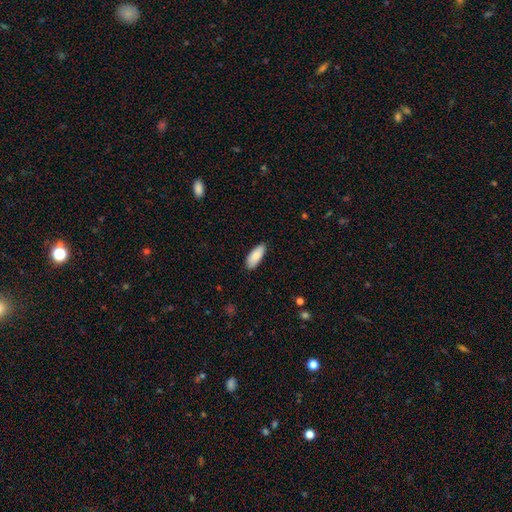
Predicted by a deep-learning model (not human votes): Smooth or featured? smooth (87%)
How rounded? in between (82%)
Merging? none (86%)